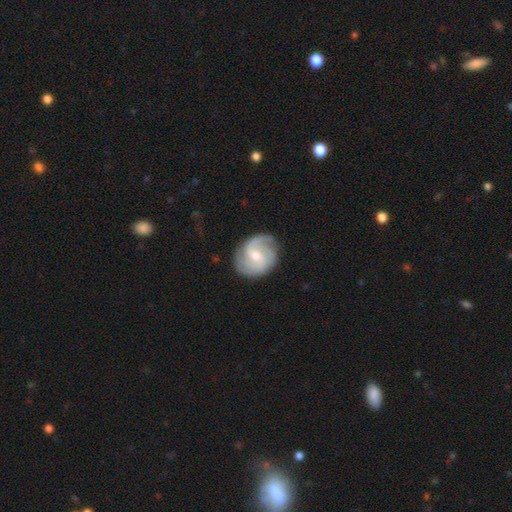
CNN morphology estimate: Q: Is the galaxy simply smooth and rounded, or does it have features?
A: featured or disk — 80%.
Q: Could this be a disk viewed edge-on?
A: no — 98%.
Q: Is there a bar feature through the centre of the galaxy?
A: weak — 50%.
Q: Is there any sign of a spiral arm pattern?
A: yes — 96%.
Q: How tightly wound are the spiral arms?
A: medium — 48%.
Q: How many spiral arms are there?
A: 2 — 51%.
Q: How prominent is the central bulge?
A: moderate — 52%.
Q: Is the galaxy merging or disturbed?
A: none — 75%.